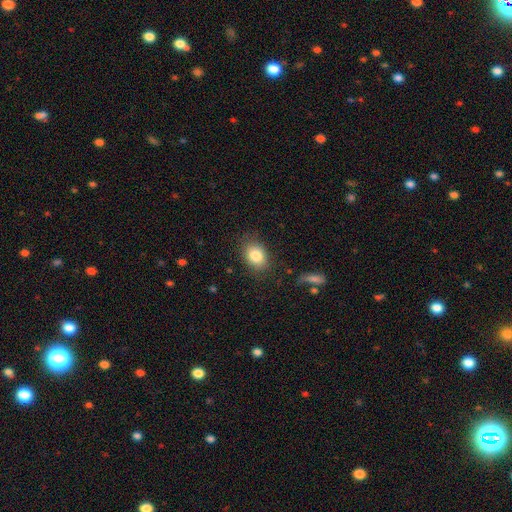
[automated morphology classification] Smooth or featured: smooth — 83% (star or artifact — 9%)
How rounded: in between — 66% (round — 33%)
Merging: none — 81% (minor disturbance — 13%)